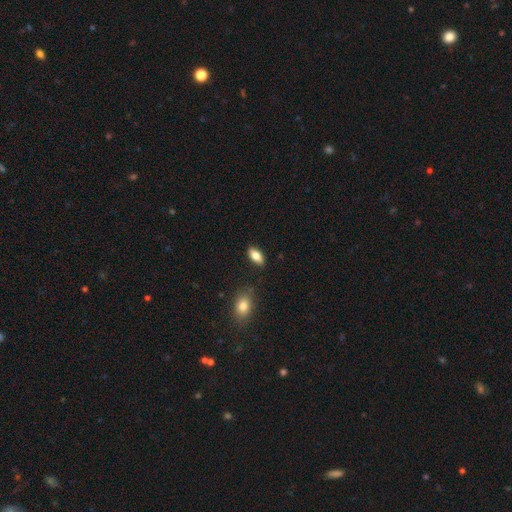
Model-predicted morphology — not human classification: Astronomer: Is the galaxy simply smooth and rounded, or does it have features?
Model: smooth — 79%.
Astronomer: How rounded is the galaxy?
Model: in between — 88%.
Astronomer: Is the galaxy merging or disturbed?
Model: none — 85%.